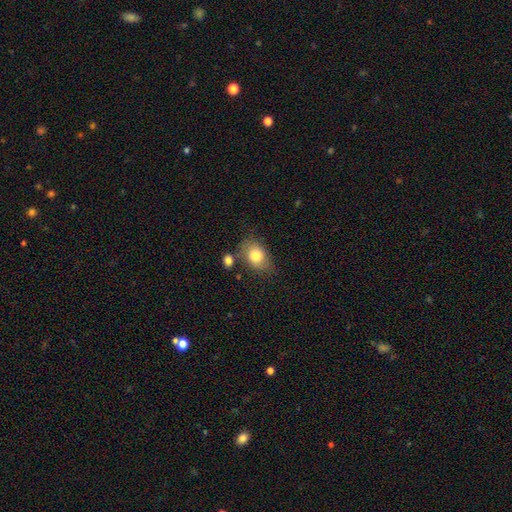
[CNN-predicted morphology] smooth-or-featured: smooth: 79% | featured or disk: 13% | star or artifact: 8%
  how-rounded: in between: 76% | round: 23% | cigar-shaped: 1%
  merging: none: 62% | minor disturbance: 21% | merger: 11% | major disturbance: 6%